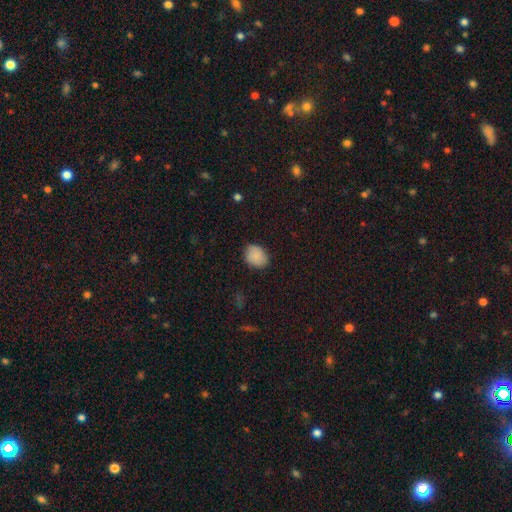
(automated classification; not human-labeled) Morphology: type=smooth (87%); roundness=in between (60%); merging=none (83%).